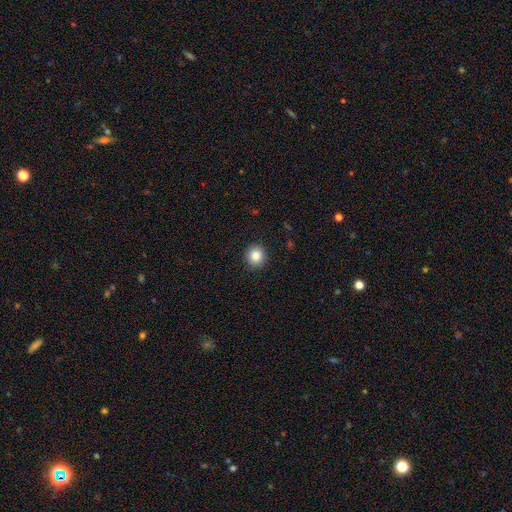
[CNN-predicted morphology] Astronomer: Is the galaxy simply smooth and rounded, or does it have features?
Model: smooth — 85%.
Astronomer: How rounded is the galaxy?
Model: round — 89%.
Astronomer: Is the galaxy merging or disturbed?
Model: none — 91%.